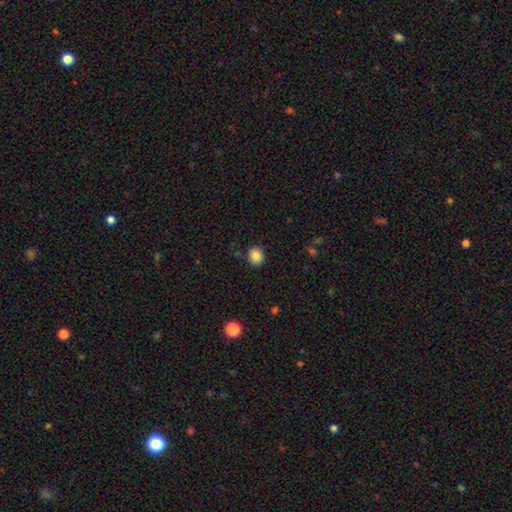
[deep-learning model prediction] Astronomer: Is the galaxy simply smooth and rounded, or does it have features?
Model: smooth — 85%.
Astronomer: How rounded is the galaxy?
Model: round — 68%.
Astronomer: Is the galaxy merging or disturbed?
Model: none — 88%.